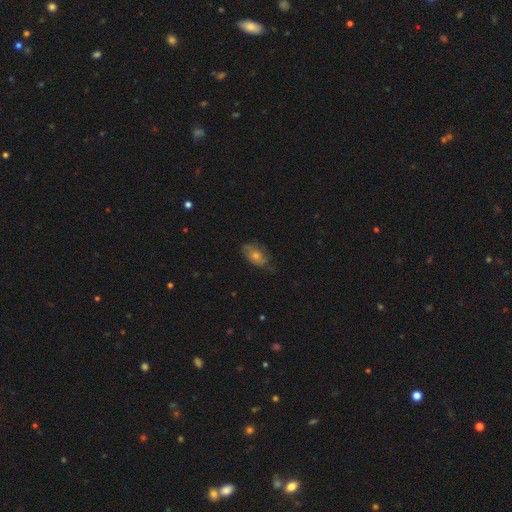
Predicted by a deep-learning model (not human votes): Smooth or featured? smooth (51%)
How rounded? in between (85%)
Merging? none (69%)